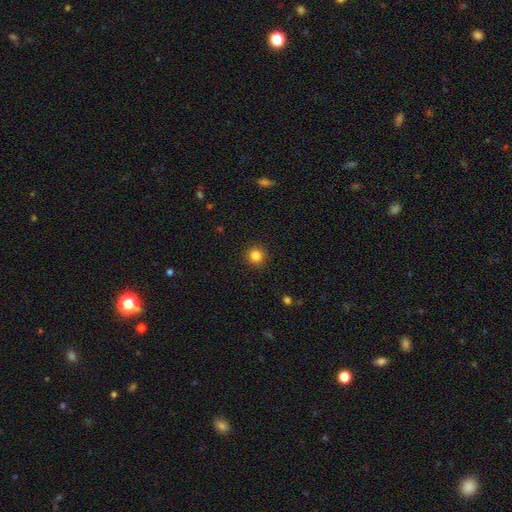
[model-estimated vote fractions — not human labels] This is clearly a smooth galaxy (84%). How rounded: clearly round (94%). Merging: clearly none (92%).